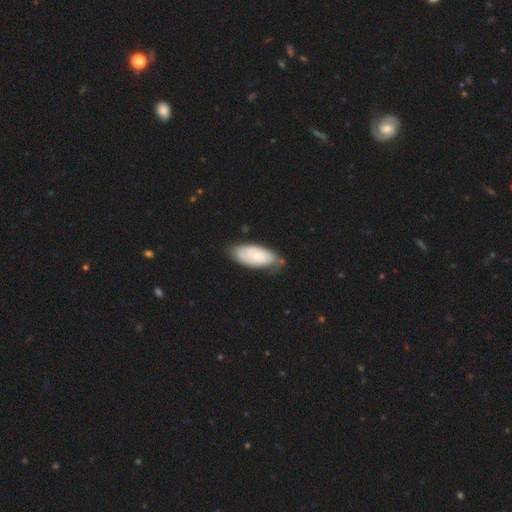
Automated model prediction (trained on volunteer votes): Smooth or featured: featured or disk — 54% (smooth — 41%)
Edge-on disk: no — 90% (yes — 10%)
Merging: none — 66% (minor disturbance — 25%)